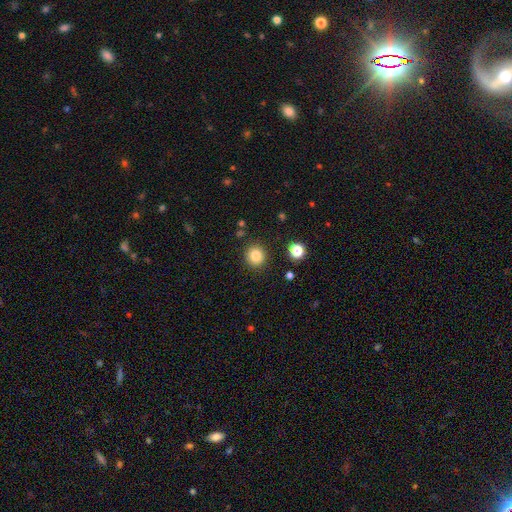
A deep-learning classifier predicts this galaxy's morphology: Smooth or featured? Predicted: smooth (p=0.83). How rounded? Predicted: round (p=0.92). Merging? Predicted: none (p=0.89).